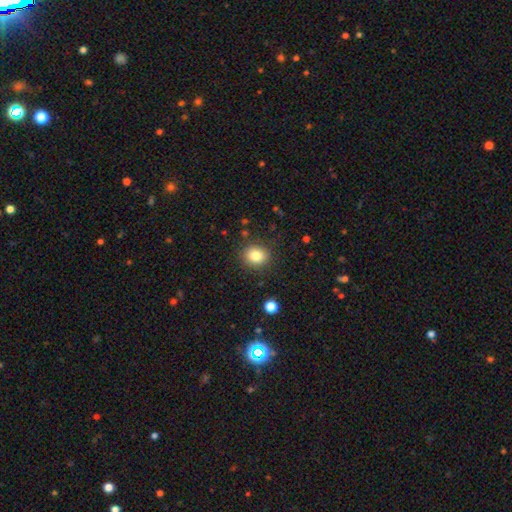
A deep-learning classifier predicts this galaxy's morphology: smooth_or_featured: smooth (p=0.82) [alt: star or artifact p=0.11]
how_rounded: round (p=0.73) [alt: in between p=0.27]
merging: none (p=0.87) [alt: minor disturbance p=0.08]